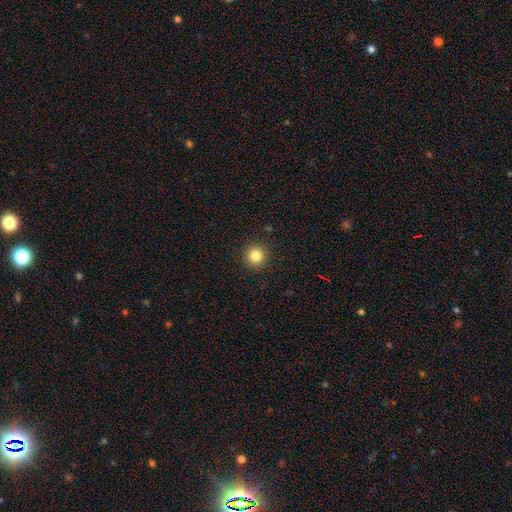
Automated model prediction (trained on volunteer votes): The model was most divided on "smooth or featured": smooth: 83%, star or artifact: 12%, featured or disk: 5%. More confident: how rounded — round (94%); merging — none (91%).